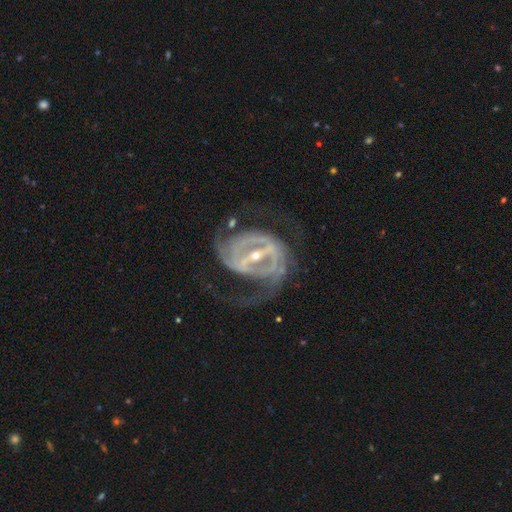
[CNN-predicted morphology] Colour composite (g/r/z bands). It shows a featured or disk galaxy (91%) with a strong bar (79%), 2 (61%) medium (47%) spiral arms (93%) and a small central bulge (70%). Merging: none (53%).